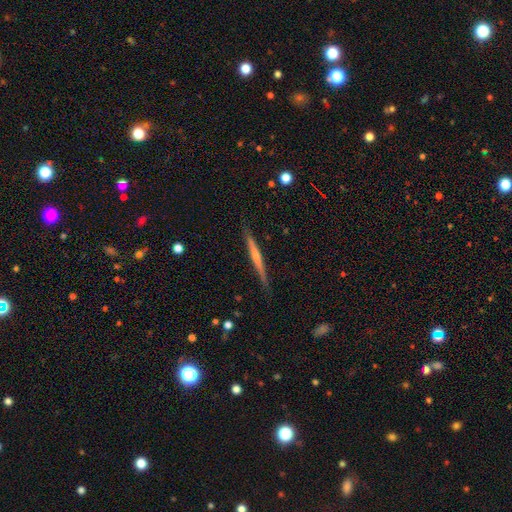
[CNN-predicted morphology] Smooth or featured? featured or disk (69%)
Edge-on disk? yes (97%)
Edge-on bulge? rounded (66%)
Merging? none (89%)